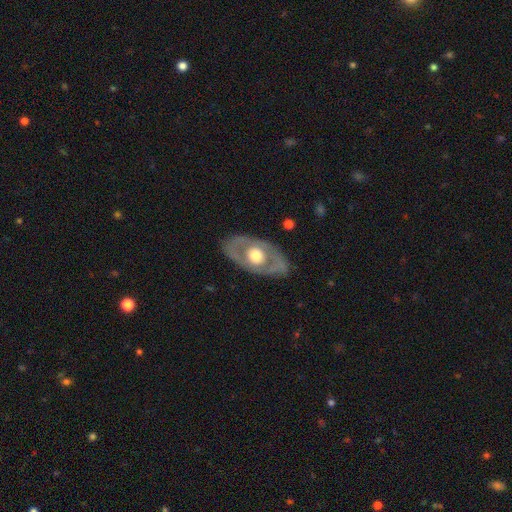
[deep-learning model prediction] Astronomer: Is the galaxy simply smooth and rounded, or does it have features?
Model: featured or disk — 64%.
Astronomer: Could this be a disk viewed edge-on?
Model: no — 87%.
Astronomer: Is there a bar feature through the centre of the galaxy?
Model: no — 88%.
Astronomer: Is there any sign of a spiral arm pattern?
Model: no — 81%.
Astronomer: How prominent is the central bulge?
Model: moderate — 53% (runner-up: large, 40%).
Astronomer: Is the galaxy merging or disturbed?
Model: none — 81%.